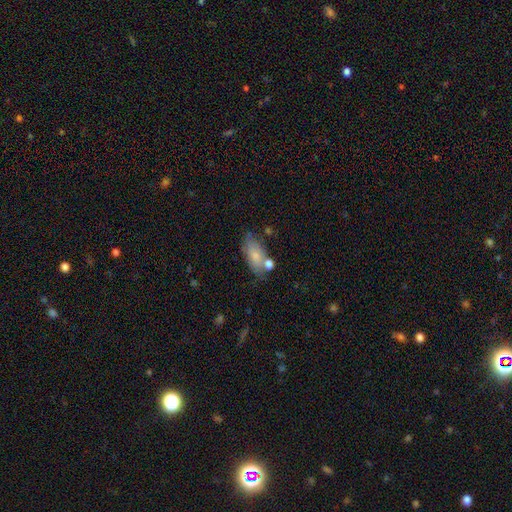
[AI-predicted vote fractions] Q: Smooth or featured?
A: smooth (73%); runner-up: featured or disk (20%)
Q: How rounded?
A: in between (88%); runner-up: cigar-shaped (8%)
Q: Merging?
A: none (55%); runner-up: minor disturbance (22%)